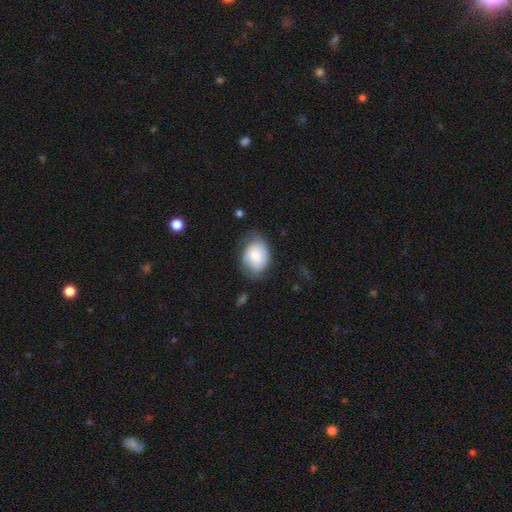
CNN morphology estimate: smooth 65%, featured or disk 28%, star or artifact 7%. Down the decision tree: how rounded — in between (72%); merging — none (57%).